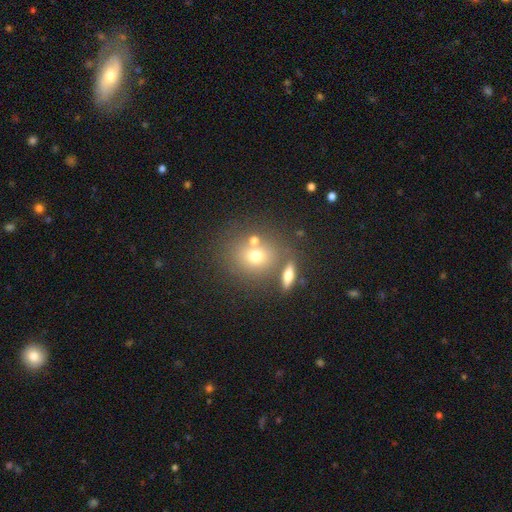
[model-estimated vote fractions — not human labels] Smooth or featured? smooth (67%)
How rounded? round (74%)
Merging? none (62%)